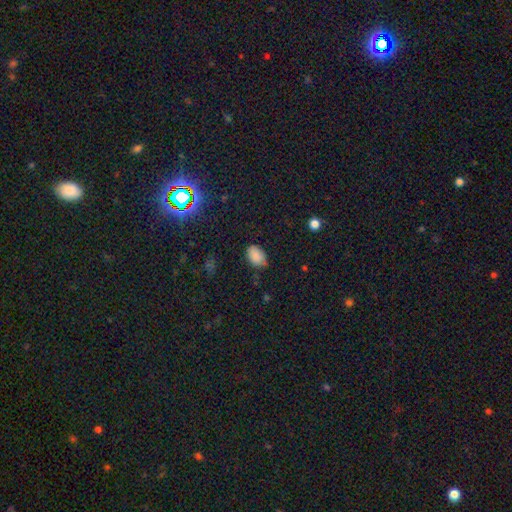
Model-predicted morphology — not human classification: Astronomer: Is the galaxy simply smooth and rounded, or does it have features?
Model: smooth — 84%.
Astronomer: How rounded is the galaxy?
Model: in between — 83%.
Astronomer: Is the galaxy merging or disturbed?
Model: none — 71%.